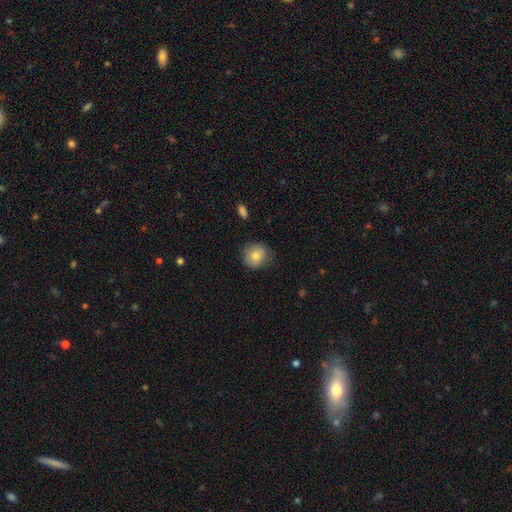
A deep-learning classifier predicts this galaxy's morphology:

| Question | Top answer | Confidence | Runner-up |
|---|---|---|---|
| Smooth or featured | smooth | 75% | featured or disk (16%) |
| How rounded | round | 86% | in between (13%) |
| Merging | none | 73% | minor disturbance (21%) |